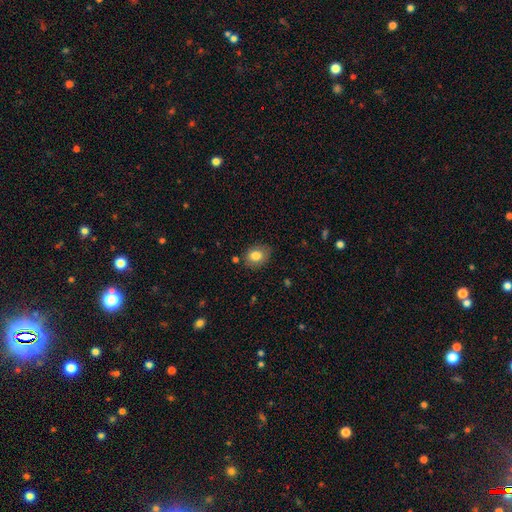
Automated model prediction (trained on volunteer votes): Overall: smooth (82%). How rounded: in between (59%; round 40%). Merging: none (79%).